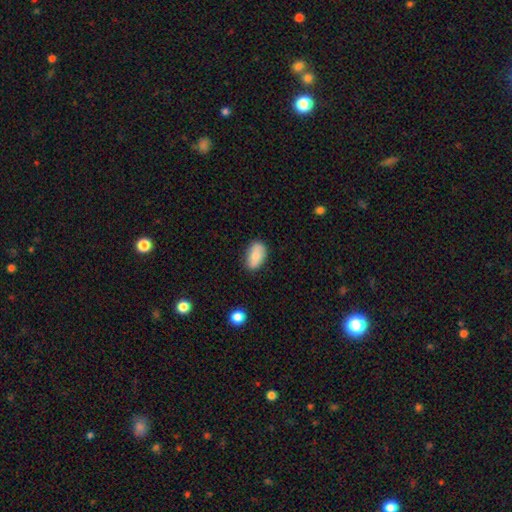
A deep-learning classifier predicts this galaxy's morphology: Overall: smooth (77%). How rounded: in between (91%). Merging: none (79%).